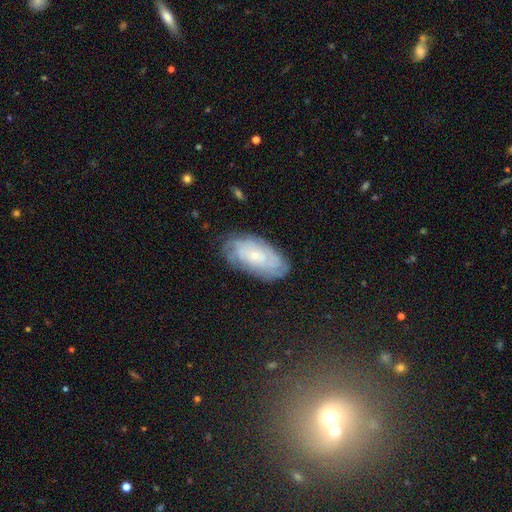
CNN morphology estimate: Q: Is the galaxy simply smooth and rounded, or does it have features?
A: featured or disk — 69%.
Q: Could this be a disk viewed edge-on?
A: no — 93%.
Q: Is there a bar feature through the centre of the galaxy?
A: no — 78%.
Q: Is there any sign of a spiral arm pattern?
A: yes — 88%.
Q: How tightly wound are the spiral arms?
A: tight — 76%.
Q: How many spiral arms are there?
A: can't tell — 59%.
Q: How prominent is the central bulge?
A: small — 78%.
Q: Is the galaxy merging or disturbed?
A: none — 78%.